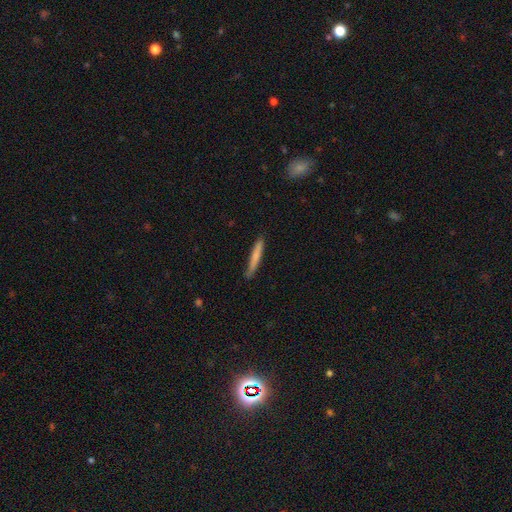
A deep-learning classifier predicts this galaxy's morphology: This is likely a smooth galaxy (74%). How rounded: clearly cigar-shaped (95%). Merging: clearly none (83%).